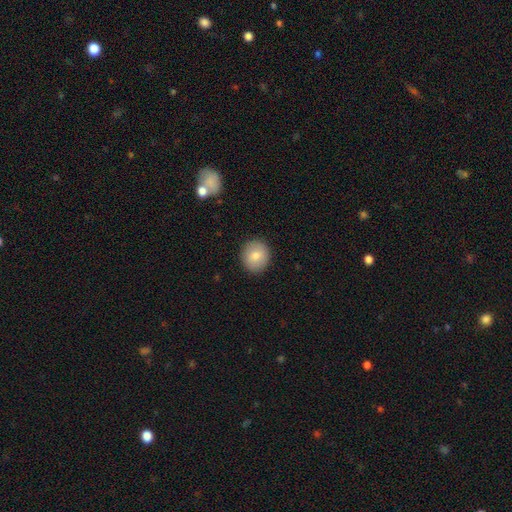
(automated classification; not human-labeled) Smooth or featured? smooth (79%)
How rounded? round (84%)
Merging? none (90%)